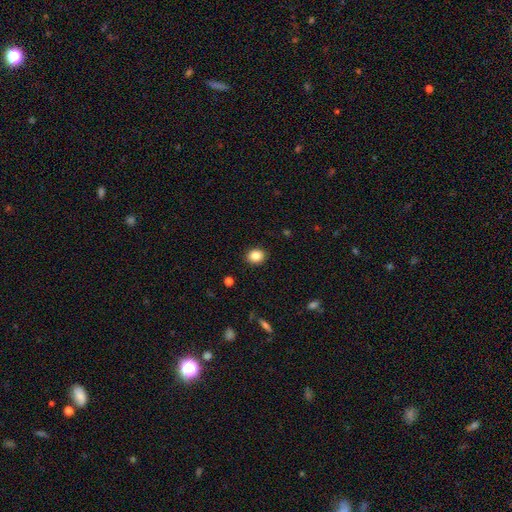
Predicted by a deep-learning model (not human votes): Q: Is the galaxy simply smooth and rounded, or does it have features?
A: smooth — 86%.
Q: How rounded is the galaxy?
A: round — 67%.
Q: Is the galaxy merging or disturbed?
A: none — 91%.